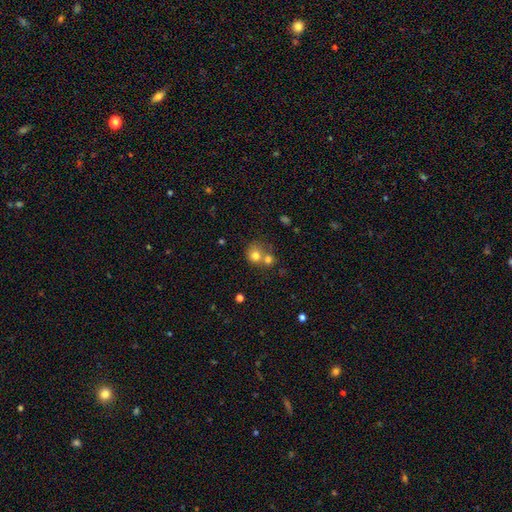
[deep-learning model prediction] This is likely a smooth galaxy (74%). How rounded: likely round (80%). Merging: possibly merger (51%).